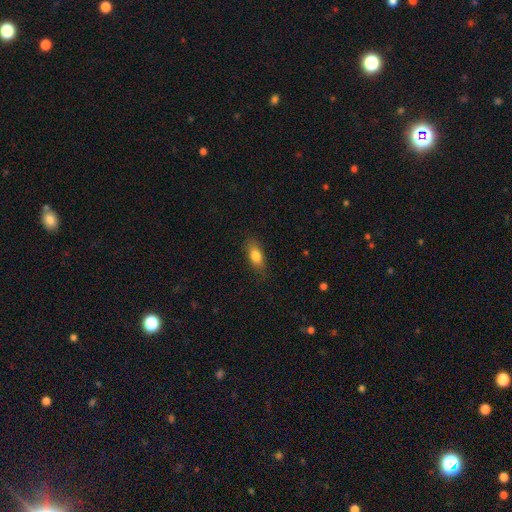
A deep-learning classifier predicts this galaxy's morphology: smooth_or_featured: smooth (p=0.80) [alt: featured or disk p=0.13]
how_rounded: in between (p=0.80) [alt: cigar-shaped p=0.14]
merging: none (p=0.81) [alt: minor disturbance p=0.14]